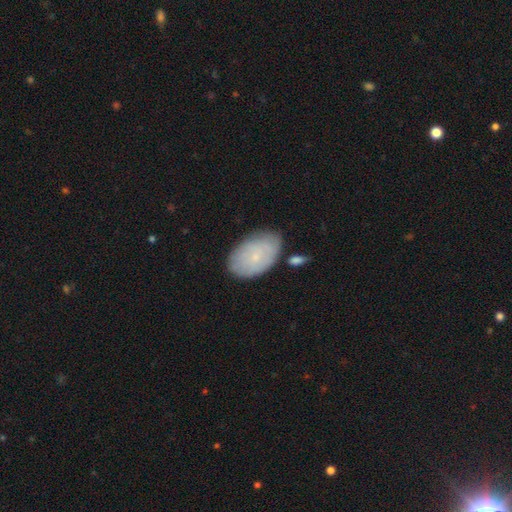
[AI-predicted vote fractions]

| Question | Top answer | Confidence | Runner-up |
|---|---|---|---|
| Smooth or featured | smooth | 66% | featured or disk (27%) |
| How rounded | in between | 93% | round (6%) |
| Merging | none | 72% | minor disturbance (19%) |